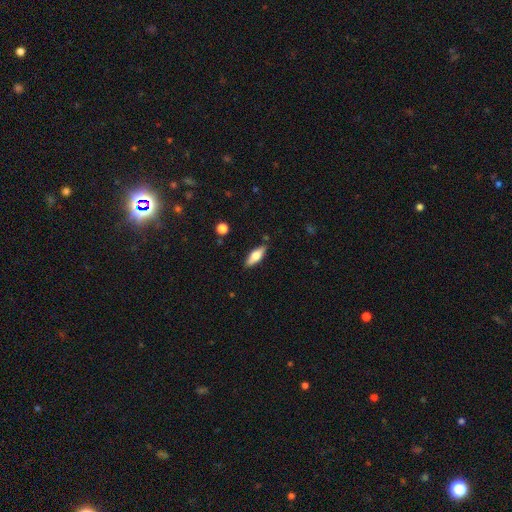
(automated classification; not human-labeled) A smooth galaxy with no disk features (54%) that is in between round and cigar-shaped (56%). Merging: none (85%).